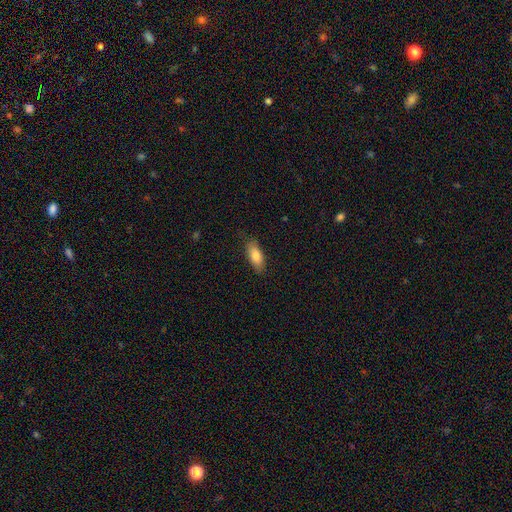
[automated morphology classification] smooth_or_featured: smooth (p=0.80) [alt: featured or disk p=0.13]
how_rounded: in between (p=0.79) [alt: cigar-shaped p=0.18]
merging: none (p=0.81) [alt: minor disturbance p=0.15]